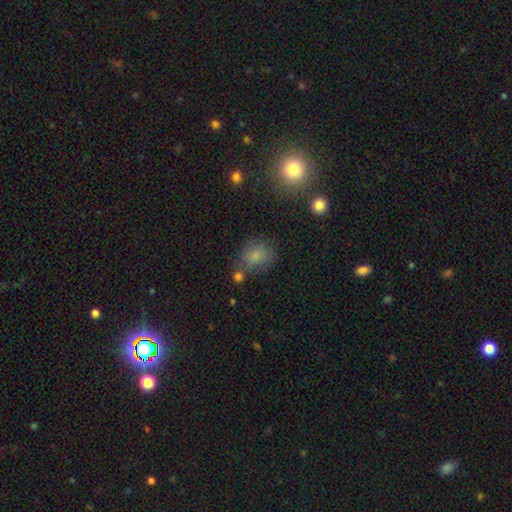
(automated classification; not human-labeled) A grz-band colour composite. It shows a smooth galaxy with no disk features (76%) that is round (58%). Merging: none (60%).